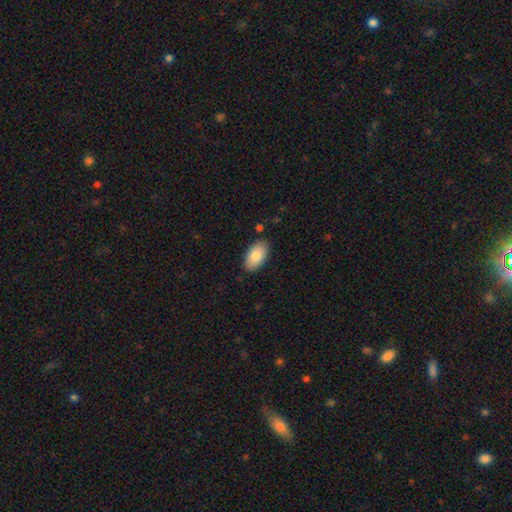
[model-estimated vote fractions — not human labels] smooth-or-featured: smooth: 84% | featured or disk: 10% | star or artifact: 6%
  how-rounded: in between: 95% | round: 3% | cigar-shaped: 2%
  merging: none: 85% | minor disturbance: 11% | major disturbance: 2% | merger: 2%